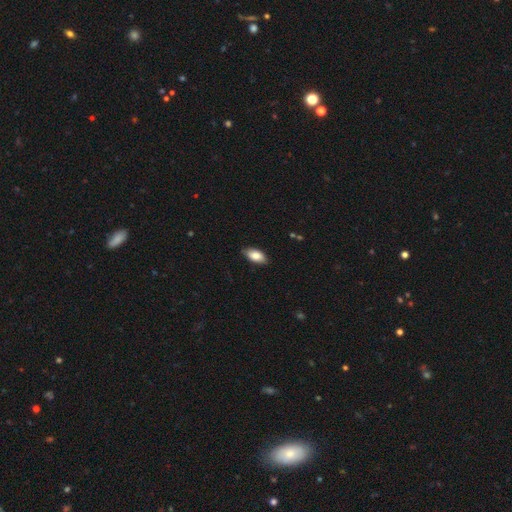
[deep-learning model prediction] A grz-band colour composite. It shows a smooth galaxy with no disk features (83%) that is in between round and cigar-shaped (92%). Merging: none (85%).